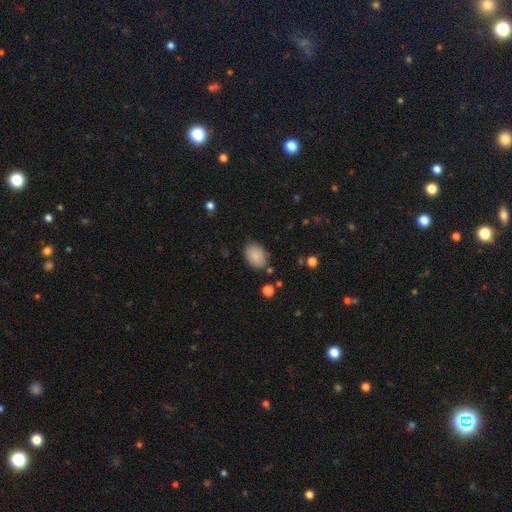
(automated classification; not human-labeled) Overall: smooth (87%). How rounded: in between (80%). Merging: none (82%).